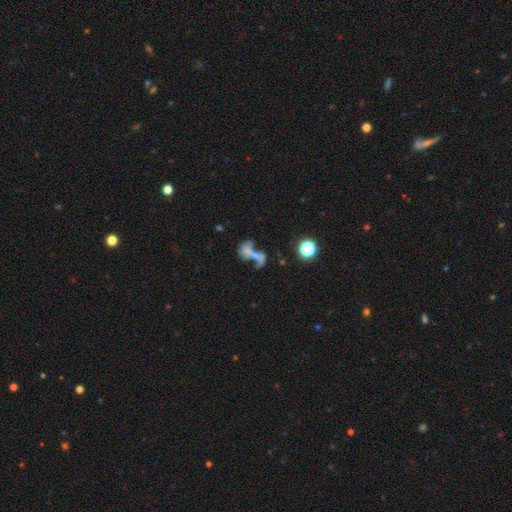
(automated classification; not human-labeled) smooth-or-featured: smooth: 41% | featured or disk: 37% | star or artifact: 22%
  merging: merger: 54% | none: 22% | major disturbance: 16% | minor disturbance: 9%